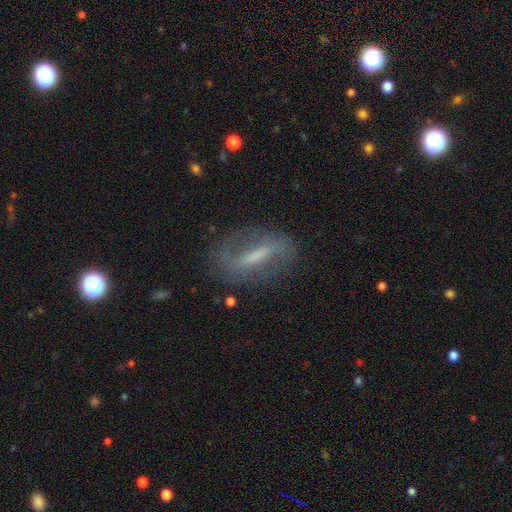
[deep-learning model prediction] Morphology: type=featured or disk (68%); edge-on=no (84%); bar=strong (57%); spiral arms=yes (77%); bulge=none (32%); merging=none (73%).